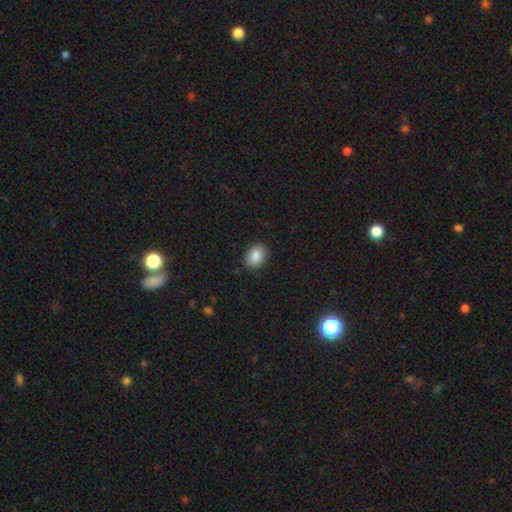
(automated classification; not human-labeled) smooth-or-featured: smooth: 88% | star or artifact: 8% | featured or disk: 4%
  how-rounded: in between: 74% | round: 25% | cigar-shaped: 1%
  merging: none: 88% | minor disturbance: 9% | major disturbance: 2% | merger: 1%